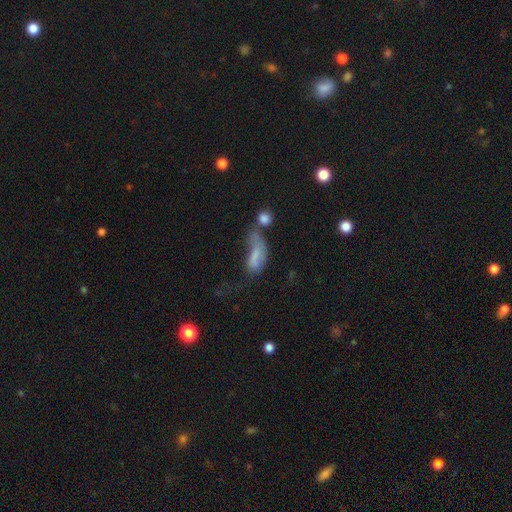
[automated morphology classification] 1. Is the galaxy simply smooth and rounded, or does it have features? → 61% smooth, 27% featured or disk, 12% star or artifact.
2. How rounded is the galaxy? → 73% in between, 21% cigar-shaped, 5% round.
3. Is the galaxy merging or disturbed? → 37% major disturbance, 31% merger, 16% minor disturbance, 16% none.